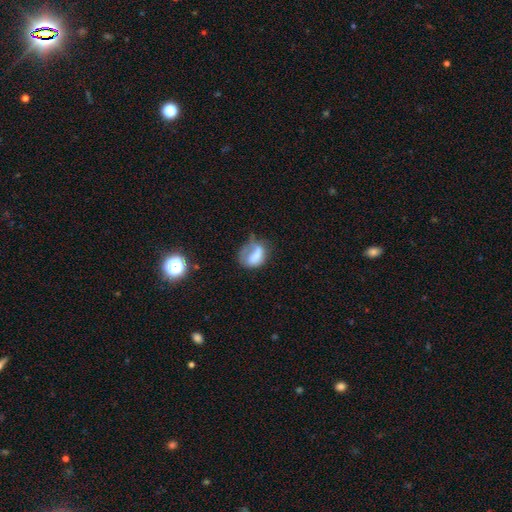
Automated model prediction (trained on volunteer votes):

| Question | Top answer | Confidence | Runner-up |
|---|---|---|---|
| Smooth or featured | smooth | 62% | featured or disk (29%) |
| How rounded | in between | 64% | round (34%) |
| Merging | major disturbance | 36% | none (30%) |